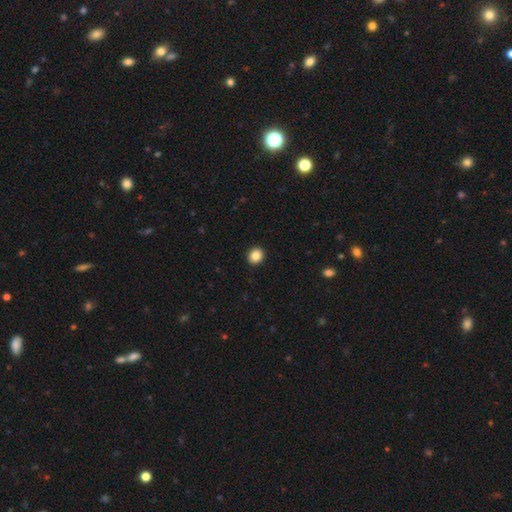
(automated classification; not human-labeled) This appears to be a smooth galaxy with no disk features (86%) that is round (81%). Merging: none (93%).